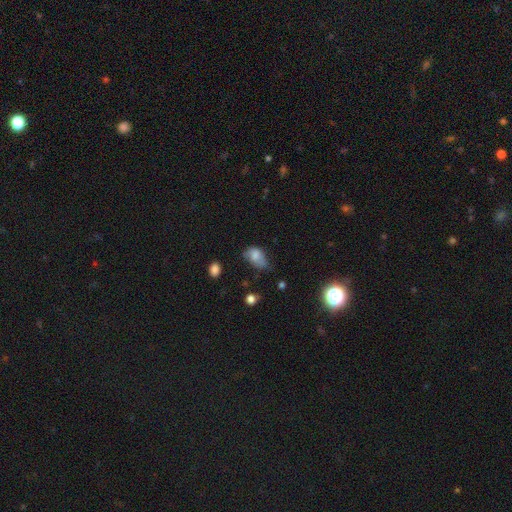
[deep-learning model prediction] A smooth galaxy with no disk features (73%) that is in between round and cigar-shaped (84%). Merging: minor disturbance (42%).